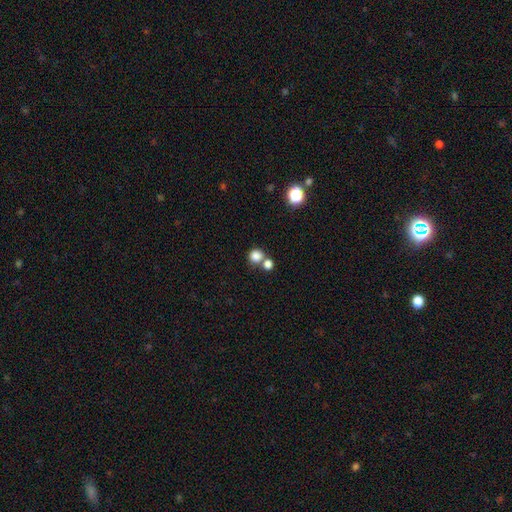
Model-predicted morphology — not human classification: Smooth or featured?
  - smooth: 82% *
  - star or artifact: 12%
  - featured or disk: 6%
How rounded?
  - round: 86% *
  - in between: 13%
  - cigar-shaped: 1%
Merging?
  - none: 55% *
  - merger: 34%
  - minor disturbance: 7%
  - major disturbance: 3%